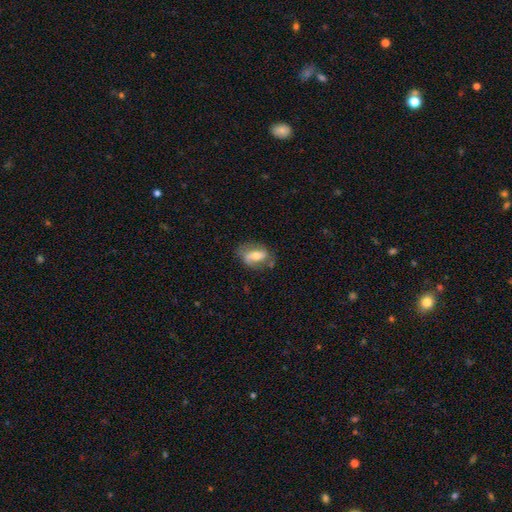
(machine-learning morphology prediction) Smooth or featured: featured or disk — 52% (smooth — 41%)
Edge-on disk: no — 90% (yes — 10%)
Merging: none — 62% (minor disturbance — 24%)